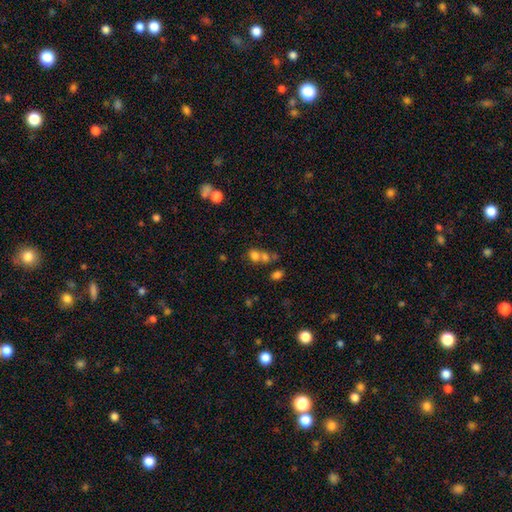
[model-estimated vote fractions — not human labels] A smooth galaxy with no disk features (71%) that is round (58%).

Vote fractions:
- Smooth or featured? smooth: 71% / star or artifact: 16% / featured or disk: 13%
- How rounded? round: 58% / in between: 40% / cigar-shaped: 1%
- Merging? merger: 51% / none: 36% / minor disturbance: 9% / major disturbance: 5%